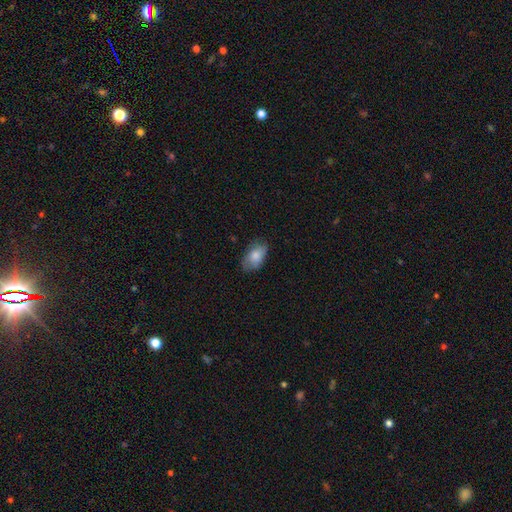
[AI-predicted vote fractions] Smooth or featured: smooth — 81% (featured or disk — 12%)
How rounded: in between — 92% (round — 6%)
Merging: none — 72% (minor disturbance — 22%)